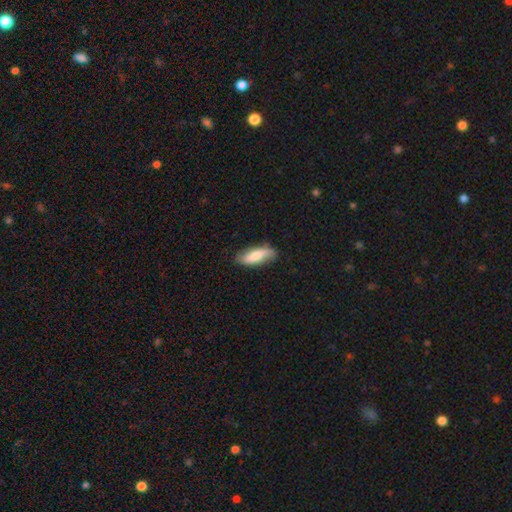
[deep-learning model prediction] Overall: smooth (67%). How rounded: in between (67%; cigar-shaped 31%). Merging: none (77%).